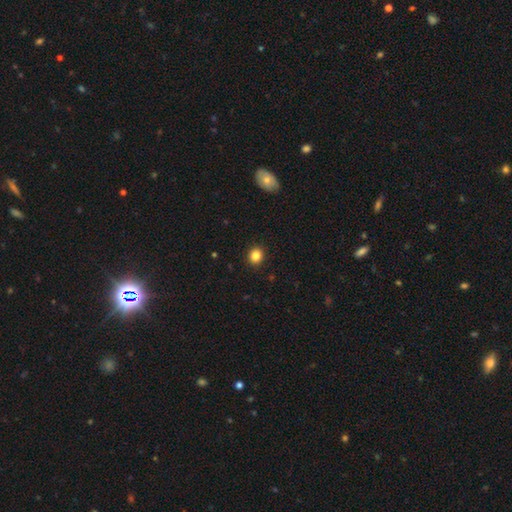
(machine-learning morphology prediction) This appears to be a smooth galaxy with no disk features (85%) that is round (79%). Merging: none (92%).